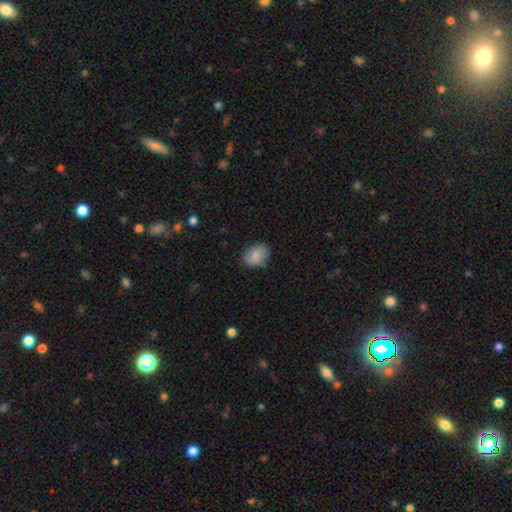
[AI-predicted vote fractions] A smooth galaxy with no disk features (83%) that is in between round and cigar-shaped (71%). Merging: none (80%).